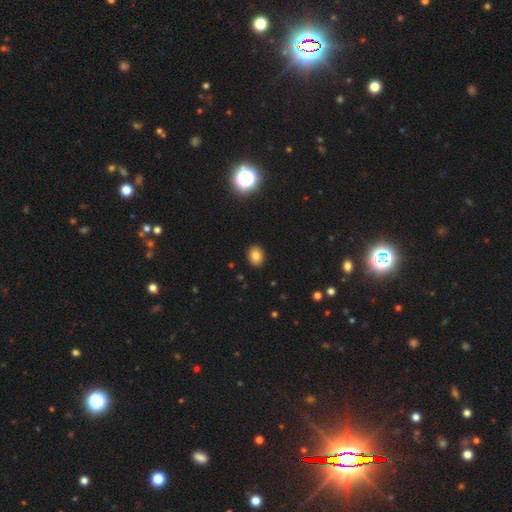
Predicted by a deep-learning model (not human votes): smooth_or_featured: smooth (p=0.80) [alt: star or artifact p=0.13]
how_rounded: in between (p=0.51) [alt: round p=0.48]
merging: none (p=0.90) [alt: minor disturbance p=0.07]